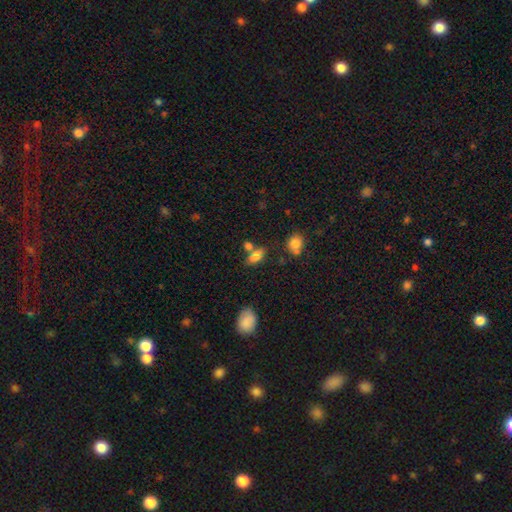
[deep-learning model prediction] smooth_or_featured: smooth (p=0.72) [alt: featured or disk p=0.15]
how_rounded: in between (p=0.76) [alt: cigar-shaped p=0.13]
merging: none (p=0.47) [alt: merger p=0.32]